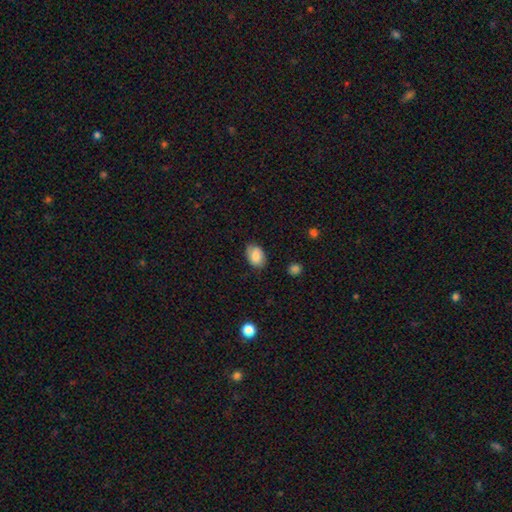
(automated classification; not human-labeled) A smooth galaxy with no disk features (83%) that is in between round and cigar-shaped (82%).

Vote fractions:
- Smooth or featured? smooth: 83% / featured or disk: 9% / star or artifact: 8%
- How rounded? in between: 82% / round: 17% / cigar-shaped: 1%
- Merging? none: 78% / minor disturbance: 17% / major disturbance: 3% / merger: 1%